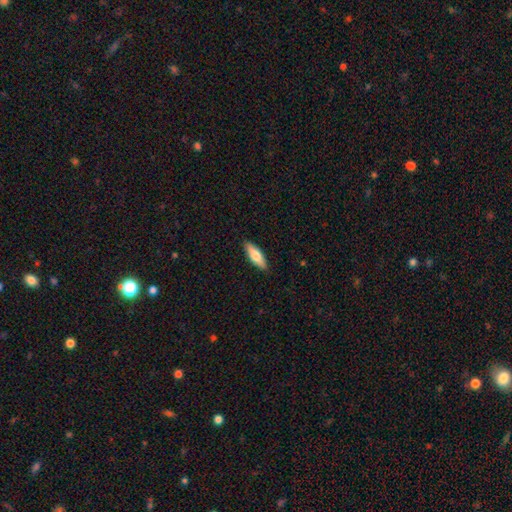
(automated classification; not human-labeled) Smooth or featured? smooth (69%)
How rounded? in between (50%)
Merging? none (89%)